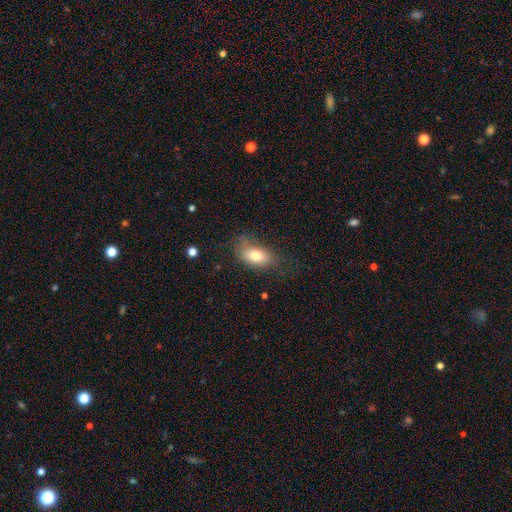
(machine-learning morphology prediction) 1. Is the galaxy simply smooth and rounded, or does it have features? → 77% smooth, 14% featured or disk, 9% star or artifact.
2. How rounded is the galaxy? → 89% in between, 8% round, 3% cigar-shaped.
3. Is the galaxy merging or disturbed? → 56% none, 28% minor disturbance, 14% major disturbance, 2% merger.